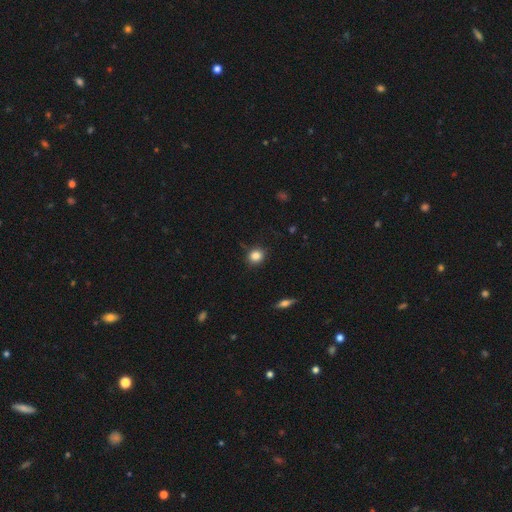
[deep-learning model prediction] Smooth or featured? Predicted: smooth (p=0.84). How rounded? Predicted: round (p=0.79). Merging? Predicted: none (p=0.85).